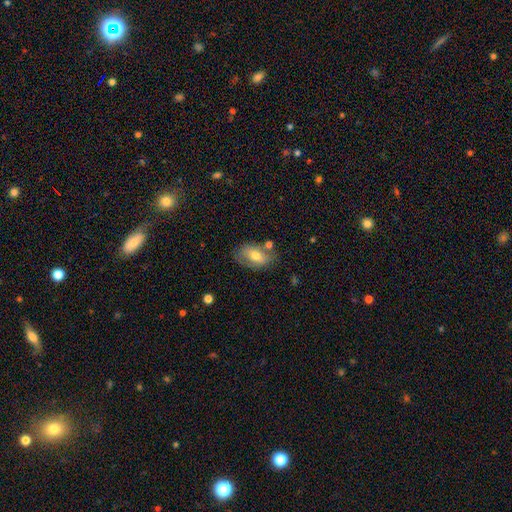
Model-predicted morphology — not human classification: smooth-or-featured: smooth: 58% | featured or disk: 34% | star or artifact: 8%
  how-rounded: in between: 88% | round: 10% | cigar-shaped: 2%
  merging: none: 64% | minor disturbance: 20% | merger: 9% | major disturbance: 6%